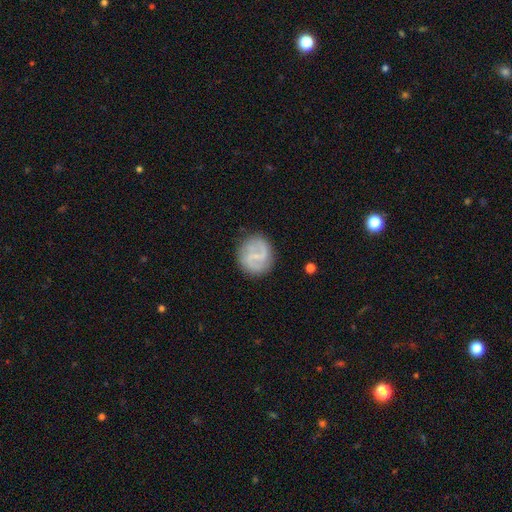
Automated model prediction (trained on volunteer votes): smooth_or_featured: featured or disk (p=0.69) [alt: smooth p=0.24]
disk_edge_on: no (p=0.98) [alt: yes p=0.02]
bar: weak (p=0.54) [alt: no p=0.27]
has_spiral_arms: yes (p=0.89) [alt: no p=0.11]
spiral_winding: medium (p=0.46) [alt: loose p=0.34]
spiral_arm_count: 2 (p=0.84) [alt: can't tell p=0.08]
bulge_size: small (p=0.56) [alt: none p=0.32]
merging: none (p=0.83) [alt: minor disturbance p=0.12]